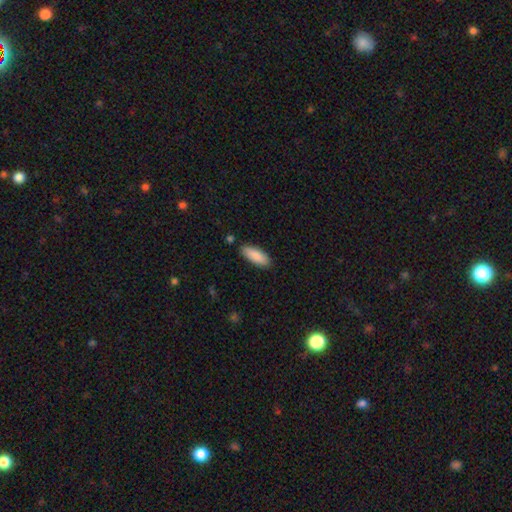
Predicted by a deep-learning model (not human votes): Overall: smooth (88%). How rounded: in between (74%). Merging: none (85%).